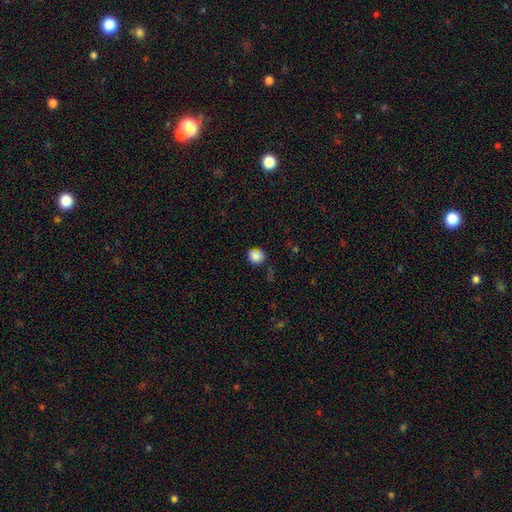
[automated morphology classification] Q: Smooth or featured?
A: smooth (83%); runner-up: star or artifact (12%)
Q: How rounded?
A: round (82%); runner-up: in between (17%)
Q: Merging?
A: none (69%); runner-up: minor disturbance (22%)